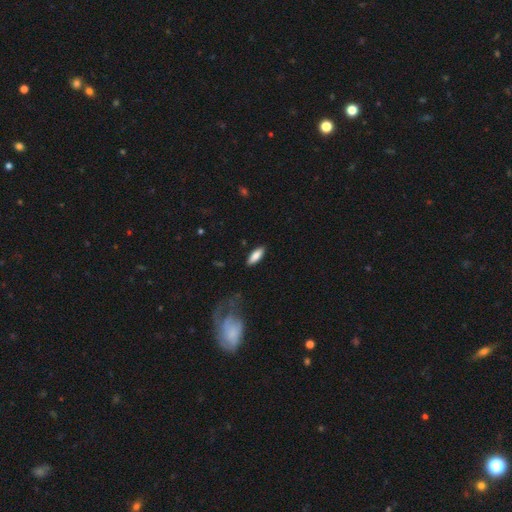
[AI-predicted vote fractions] Smooth or featured?
  - smooth: 82% *
  - featured or disk: 11%
  - star or artifact: 6%
How rounded?
  - in between: 67% *
  - cigar-shaped: 31%
  - round: 2%
Merging?
  - none: 87% *
  - minor disturbance: 9%
  - major disturbance: 2%
  - merger: 1%